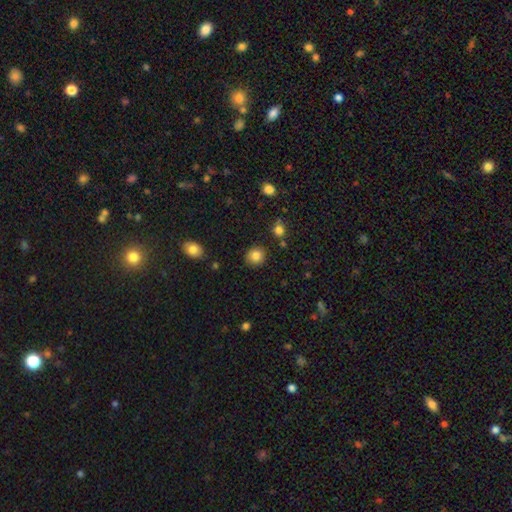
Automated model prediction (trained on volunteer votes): This appears to be a smooth galaxy with no disk features (84%) that is round (88%). Merging: none (89%).